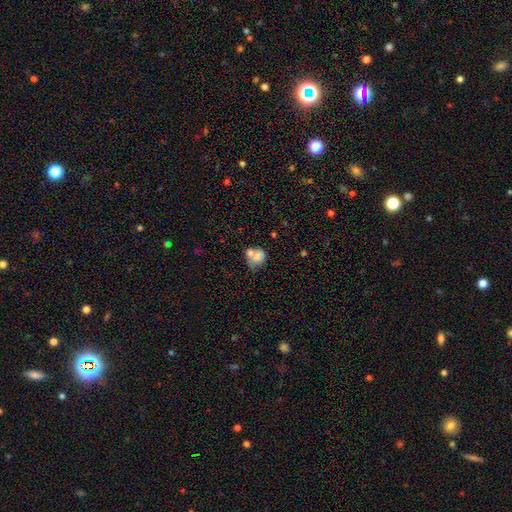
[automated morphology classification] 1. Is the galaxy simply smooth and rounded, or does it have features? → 71% smooth, 19% featured or disk, 10% star or artifact.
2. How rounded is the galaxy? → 54% round, 45% in between, 1% cigar-shaped.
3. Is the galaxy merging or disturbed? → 50% merger, 27% none, 15% minor disturbance, 9% major disturbance.